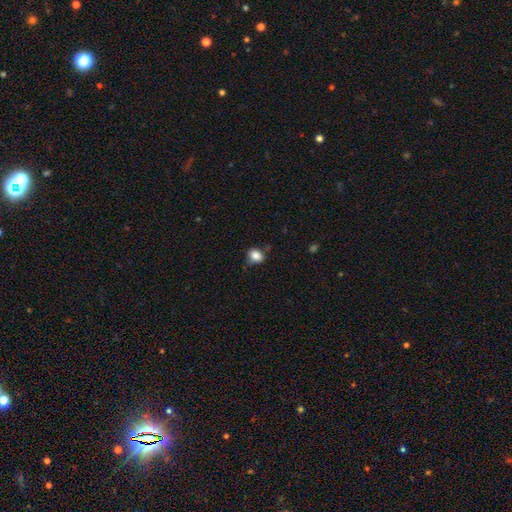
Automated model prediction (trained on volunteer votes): smooth-or-featured: smooth: 85% | star or artifact: 10% | featured or disk: 5%
  how-rounded: in between: 50% | round: 49% | cigar-shaped: 1%
  merging: none: 73% | minor disturbance: 20% | major disturbance: 4% | merger: 3%